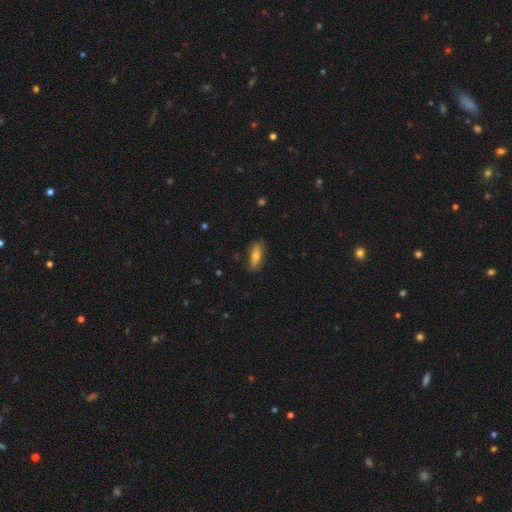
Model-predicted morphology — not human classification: Smooth or featured? smooth (72%)
How rounded? in between (57%)
Merging? none (82%)